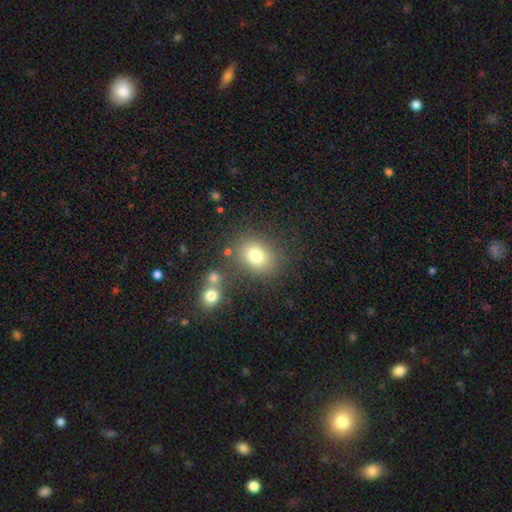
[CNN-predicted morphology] Overall: smooth (77%). How rounded: in between (50%; round 49%). Merging: none (74%).